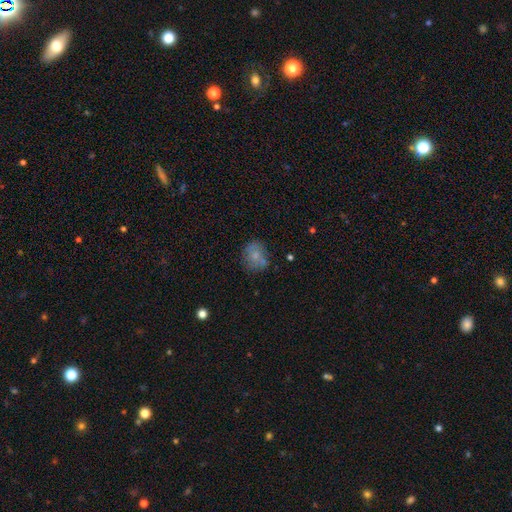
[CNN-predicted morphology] type=smooth (70%); roundness=round (65%); merging=none (60%).